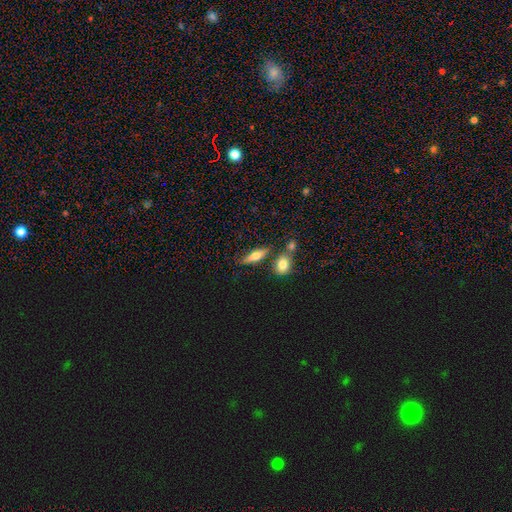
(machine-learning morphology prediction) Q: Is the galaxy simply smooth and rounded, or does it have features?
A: smooth — 60%.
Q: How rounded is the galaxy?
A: in between — 48%.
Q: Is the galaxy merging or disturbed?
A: none — 70%.